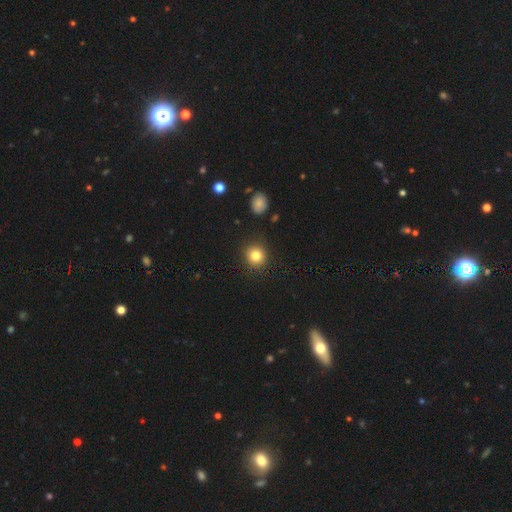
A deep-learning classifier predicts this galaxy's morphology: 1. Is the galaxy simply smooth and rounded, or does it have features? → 82% smooth, 12% star or artifact, 6% featured or disk.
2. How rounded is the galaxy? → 89% round, 10% in between, 1% cigar-shaped.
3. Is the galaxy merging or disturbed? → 88% none, 7% minor disturbance, 2% major disturbance, 2% merger.